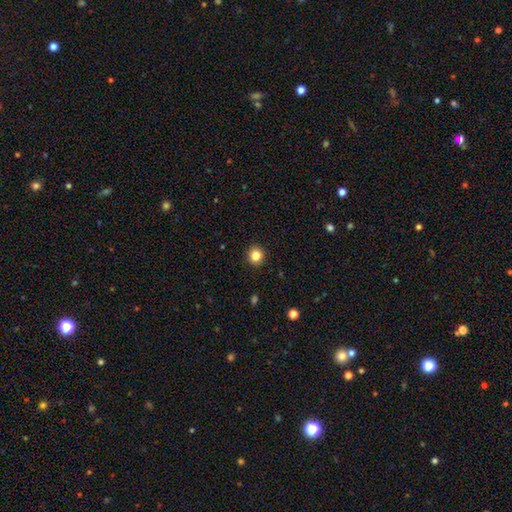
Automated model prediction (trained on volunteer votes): Smooth or featured: smooth — 84% (star or artifact — 11%)
How rounded: round — 89% (in between — 10%)
Merging: none — 92% (minor disturbance — 5%)